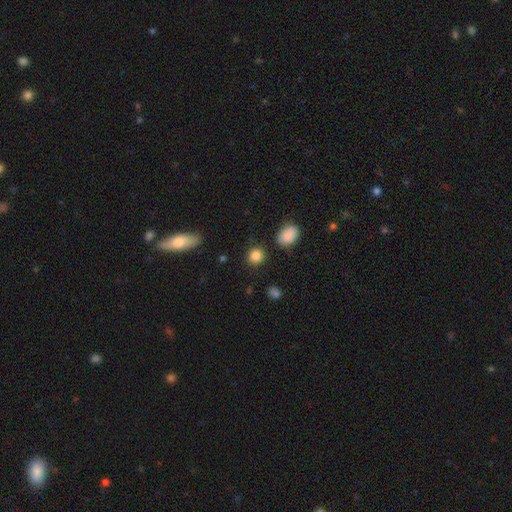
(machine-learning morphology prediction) Smooth or featured? smooth (85%)
How rounded? round (85%)
Merging? none (86%)